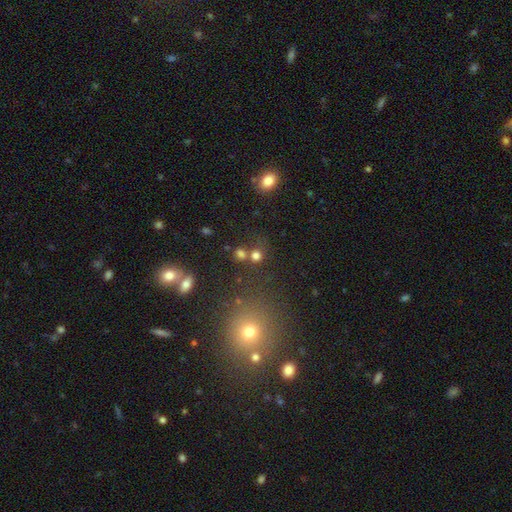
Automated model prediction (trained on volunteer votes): A smooth galaxy with no disk features (74%) that is round (86%). Merging: none (59%).